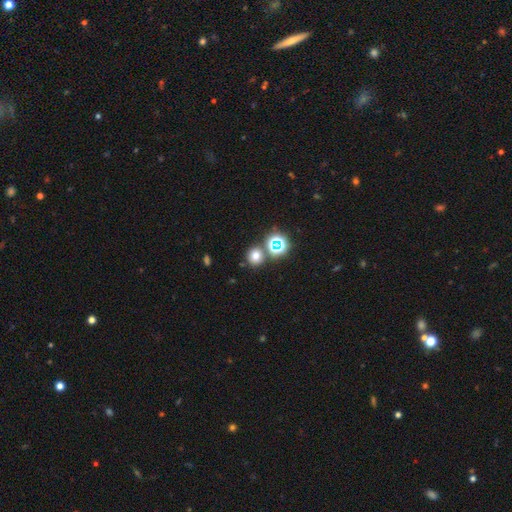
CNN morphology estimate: This appears to be a smooth galaxy with no disk features (68%) that is round (86%). Merging: none (75%).